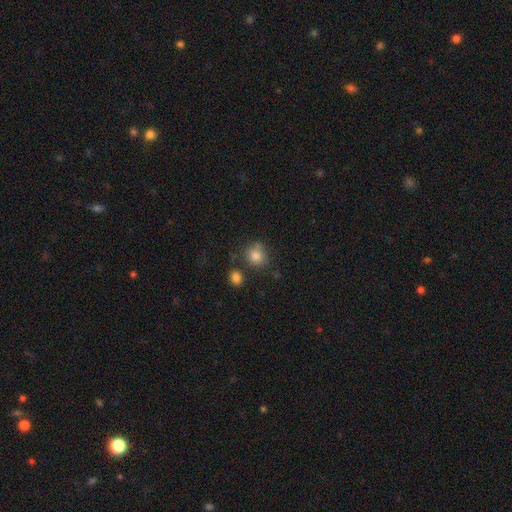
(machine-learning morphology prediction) Smooth or featured? Predicted: smooth (p=0.81). How rounded? Predicted: round (p=0.82). Merging? Predicted: none (p=0.73).